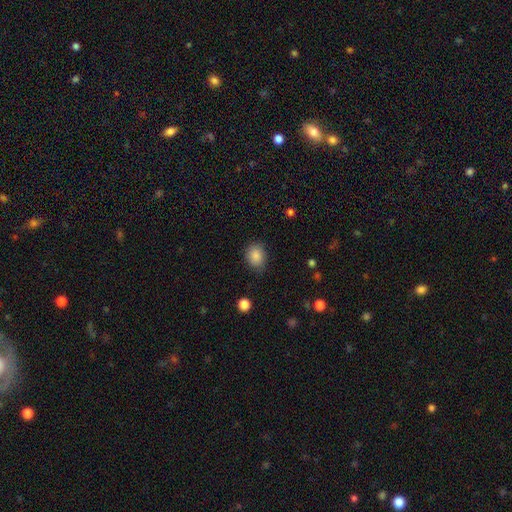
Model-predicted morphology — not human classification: Q: Smooth or featured?
A: smooth (87%); runner-up: star or artifact (9%)
Q: How rounded?
A: in between (53%); runner-up: round (46%)
Q: Merging?
A: none (80%); runner-up: minor disturbance (15%)